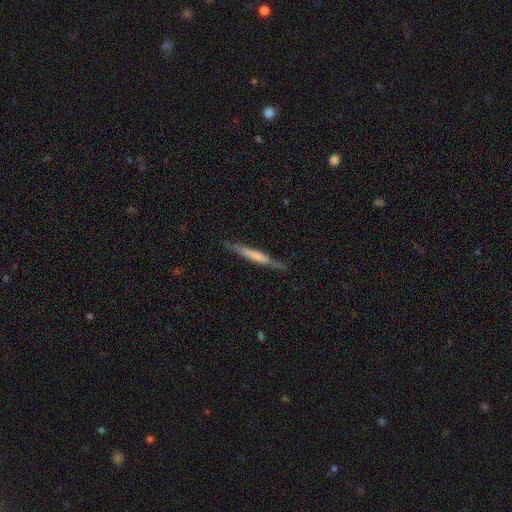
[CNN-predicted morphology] type=featured or disk (54%); edge-on=yes (95%); edge-on bulge=boxy (40%); merging=none (82%).